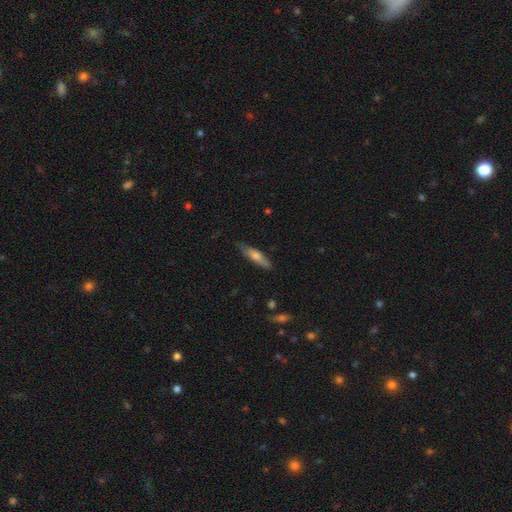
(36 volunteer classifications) Volunteers were most divided on "smooth or featured": smooth: 50%, featured or disk: 47%, star or artifact: 3%. More confident: how rounded — cigar-shaped (89%); merging — none (86%).